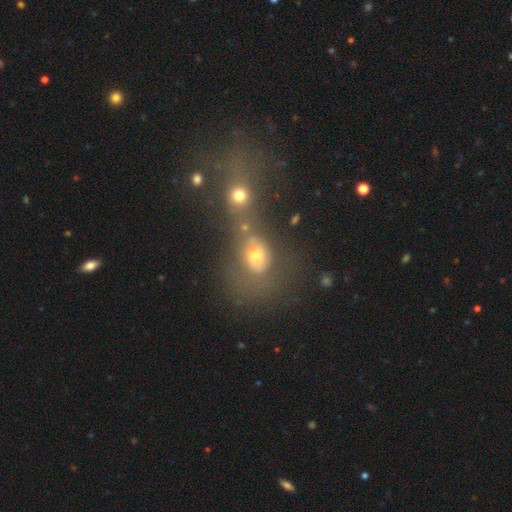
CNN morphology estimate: Smooth or featured: smooth — 62% (featured or disk — 20%)
How rounded: round — 53% (in between — 44%)
Merging: merger — 62% (none — 21%)